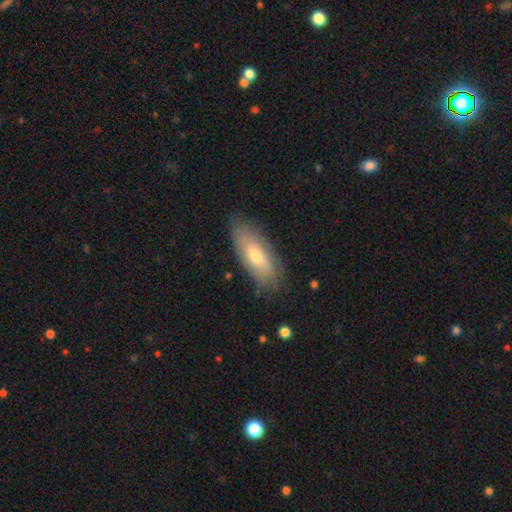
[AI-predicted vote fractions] The model was most divided on "smooth or featured": smooth: 64%, featured or disk: 29%, star or artifact: 7%. More confident: merging — none (79%); how rounded — in between (78%).